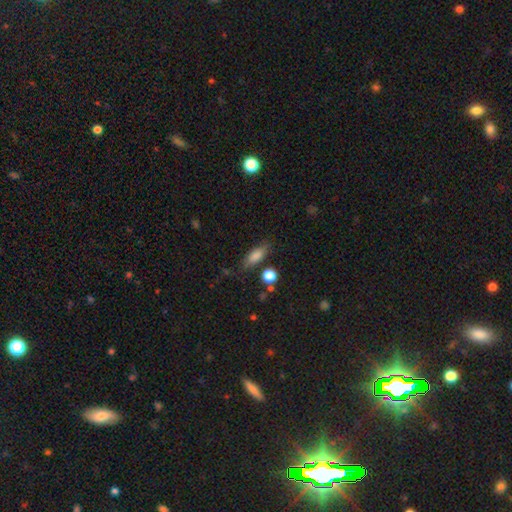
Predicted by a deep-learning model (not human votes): A smooth galaxy with no disk features (81%) that is in between round and cigar-shaped (68%).

Vote fractions:
- Smooth or featured? smooth: 81% / featured or disk: 10% / star or artifact: 9%
- How rounded? in between: 68% / cigar-shaped: 27% / round: 5%
- Merging? none: 74% / minor disturbance: 16% / major disturbance: 5% / merger: 4%